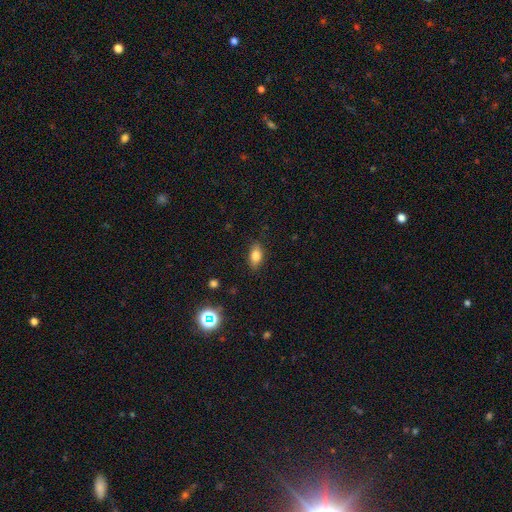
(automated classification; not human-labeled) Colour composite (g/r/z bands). It shows a smooth galaxy with no disk features (81%) that is in between round and cigar-shaped (86%). Merging: none (86%).